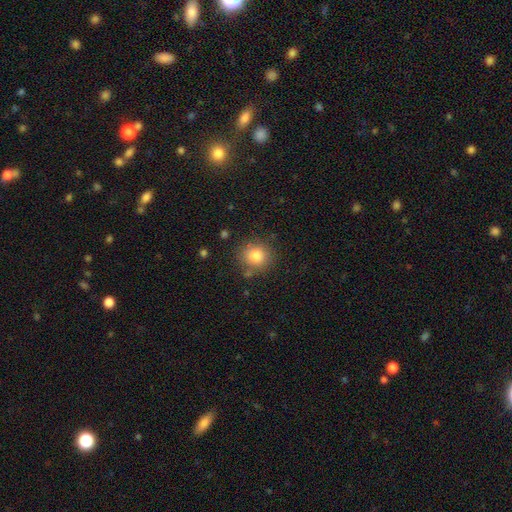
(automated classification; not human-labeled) Q: Smooth or featured?
A: smooth (81%); runner-up: star or artifact (11%)
Q: How rounded?
A: round (86%); runner-up: in between (13%)
Q: Merging?
A: none (82%); runner-up: minor disturbance (11%)